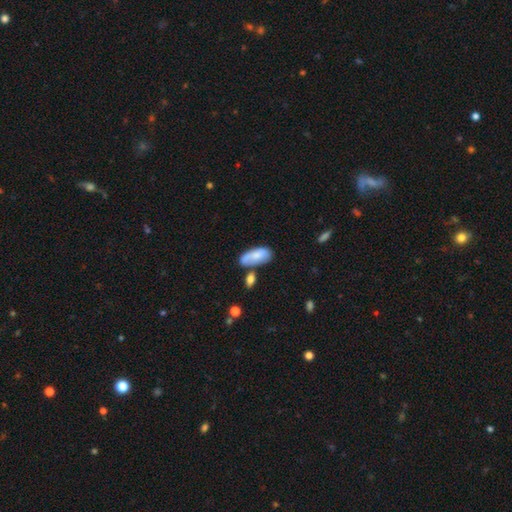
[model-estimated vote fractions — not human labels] Smooth or featured: smooth — 70% (featured or disk — 24%)
How rounded: in between — 88% (cigar-shaped — 10%)
Merging: none — 51% (minor disturbance — 23%)